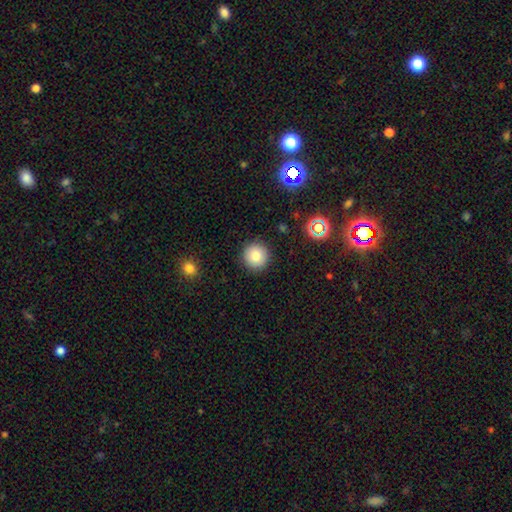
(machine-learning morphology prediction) A smooth galaxy with no disk features (82%) that is round (95%). Merging: none (91%).